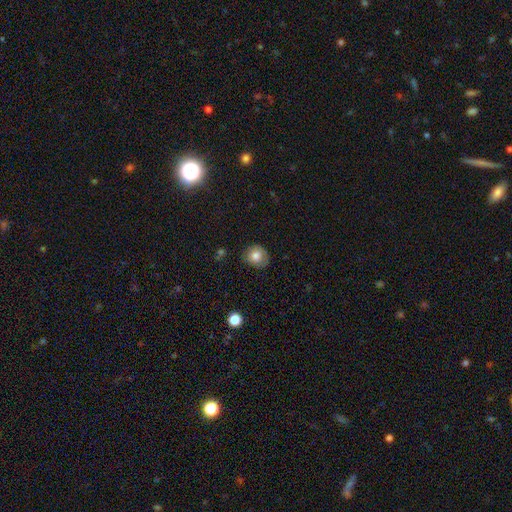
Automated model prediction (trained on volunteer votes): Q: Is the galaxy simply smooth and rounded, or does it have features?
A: smooth — 81%.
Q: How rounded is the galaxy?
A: round — 81%.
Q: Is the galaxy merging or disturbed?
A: none — 78%.